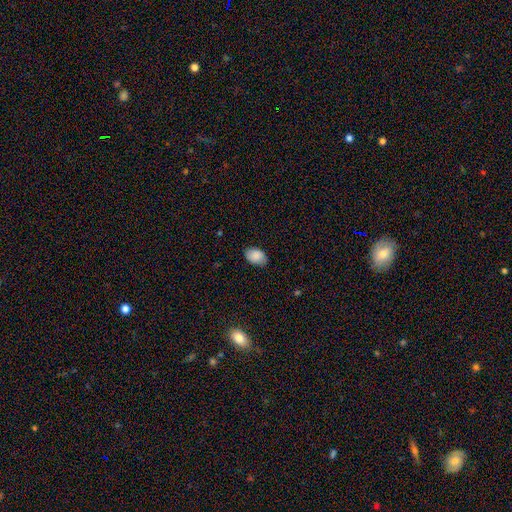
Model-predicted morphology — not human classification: This appears to be a smooth galaxy with no disk features (87%) that is in between round and cigar-shaped (84%). Merging: none (79%).